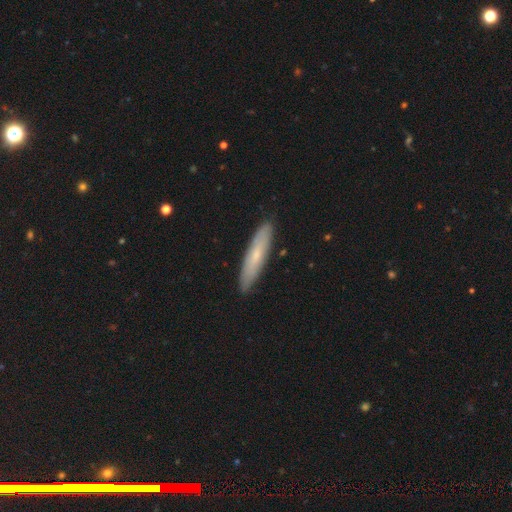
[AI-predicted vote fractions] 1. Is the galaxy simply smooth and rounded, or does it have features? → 51% smooth, 39% featured or disk, 10% star or artifact.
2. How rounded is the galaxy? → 86% cigar-shaped, 12% in between, 2% round.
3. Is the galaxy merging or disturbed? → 89% none, 8% minor disturbance, 1% major disturbance, 1% merger.